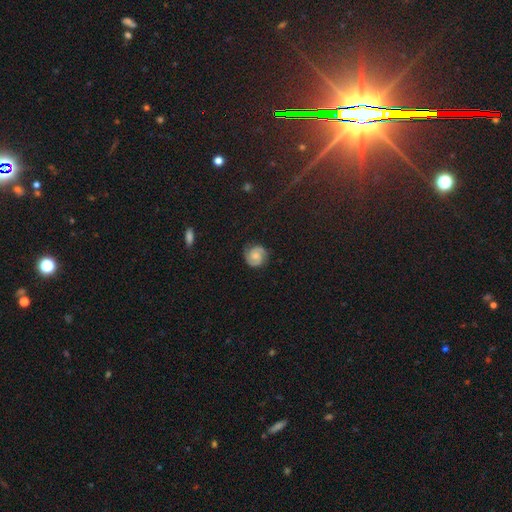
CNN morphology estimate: type=featured or disk (75%); edge-on=no (98%); bar=no (61%); spiral arms=yes (97%); winding=tight (56%); arm count=2 (90%); bulge=small (42%); merging=none (83%).